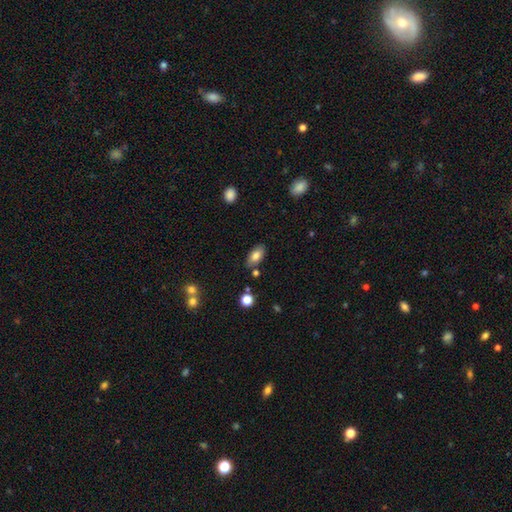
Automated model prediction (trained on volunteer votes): smooth 79%, featured or disk 13%, star or artifact 8%. Down the decision tree: how rounded — in between (92%); merging — none (79%).